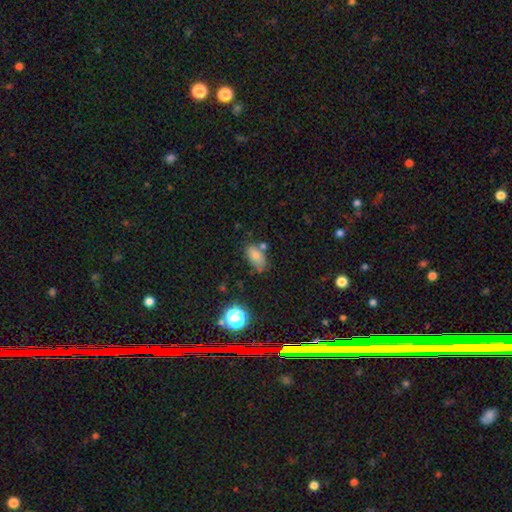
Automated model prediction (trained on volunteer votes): The model was most divided on "merging": none: 55%, minor disturbance: 25%, merger: 13%, major disturbance: 7%. More confident: how rounded — in between (89%); smooth or featured — smooth (76%).